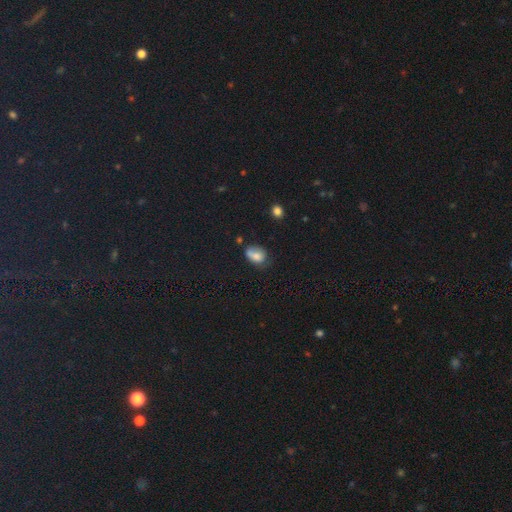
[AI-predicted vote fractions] A smooth galaxy with no disk features (74%) that is in between round and cigar-shaped (70%). Merging: none (41%).